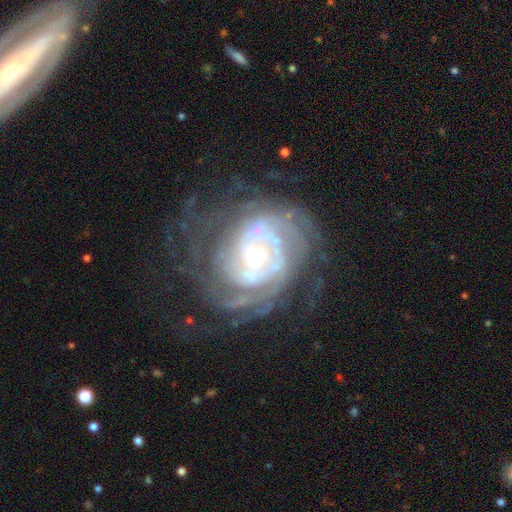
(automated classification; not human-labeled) This appears to be a featured or disk galaxy (88%) with no bar (72%), tight (70%) spiral arms (94%) and a small central bulge (52%). Merging: none (63%).